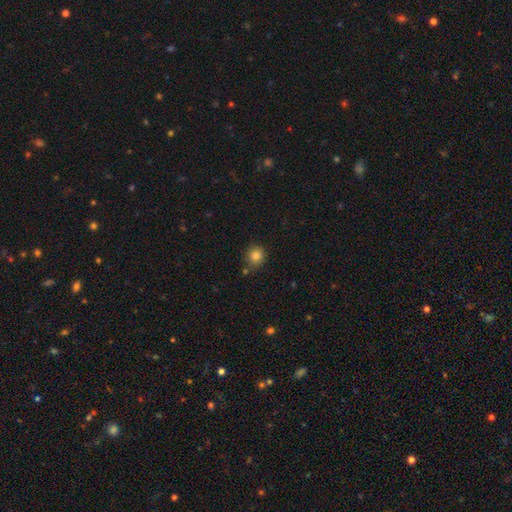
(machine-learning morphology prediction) Overall: smooth (82%). How rounded: round (89%). Merging: none (78%).